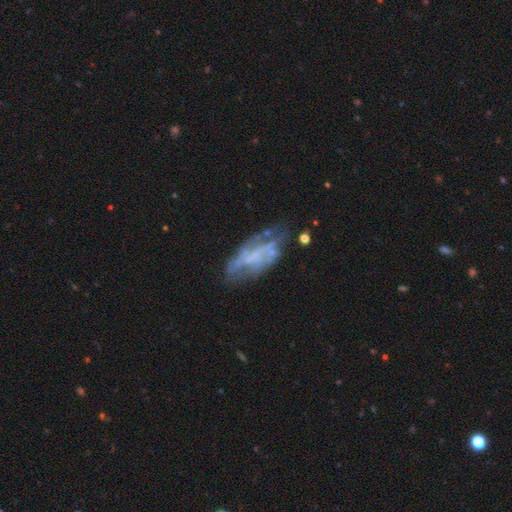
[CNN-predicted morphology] A featured or disk galaxy (71%) with no bar (59%), spiral arms (62%) and no central bulge (58%). Merging: none (50%).